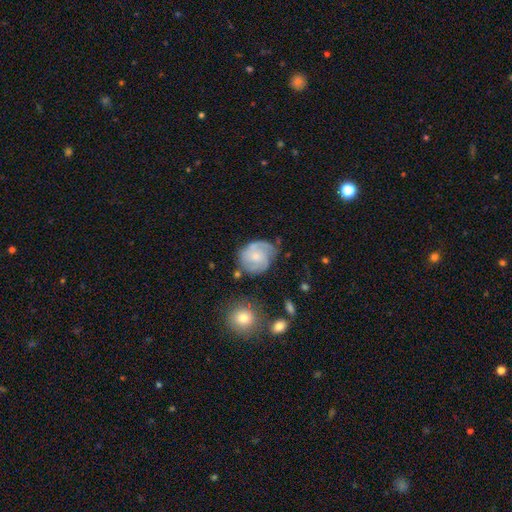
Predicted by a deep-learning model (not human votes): Smooth or featured: featured or disk — 68% (smooth — 25%)
Edge-on disk: no — 98% (yes — 2%)
Bar: no — 71% (weak — 25%)
Spiral arms: yes — 90% (no — 10%)
Spiral winding: tight — 49% (medium — 38%)
Spiral arm count: 2 — 41% (can't tell — 25%)
Bulge size: small — 60% (moderate — 33%)
Merging: none — 60% (minor disturbance — 25%)